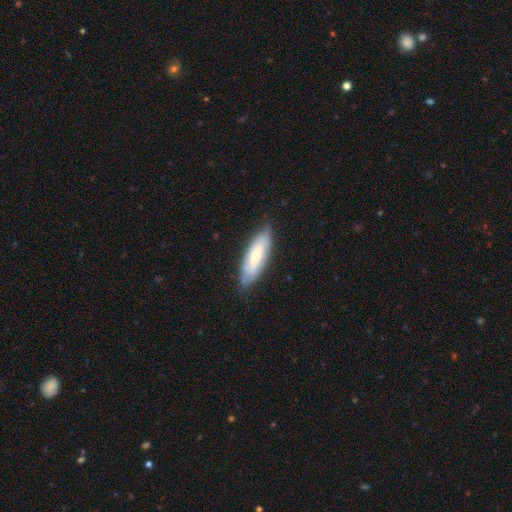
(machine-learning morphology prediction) The model was most divided on "how rounded": in between: 54%, cigar-shaped: 44%, round: 2%. More confident: merging — none (77%); smooth or featured — smooth (55%).